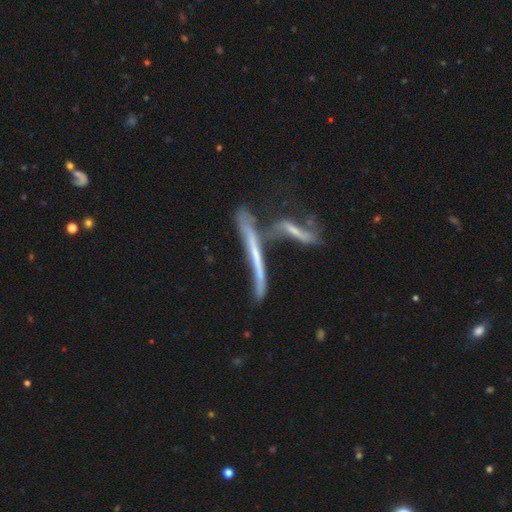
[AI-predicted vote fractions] Smooth or featured: featured or disk — 67% (smooth — 23%)
Edge-on disk: yes — 79% (no — 21%)
Edge-on bulge: none — 72% (rounded — 21%)
Merging: merger — 45% (none — 33%)